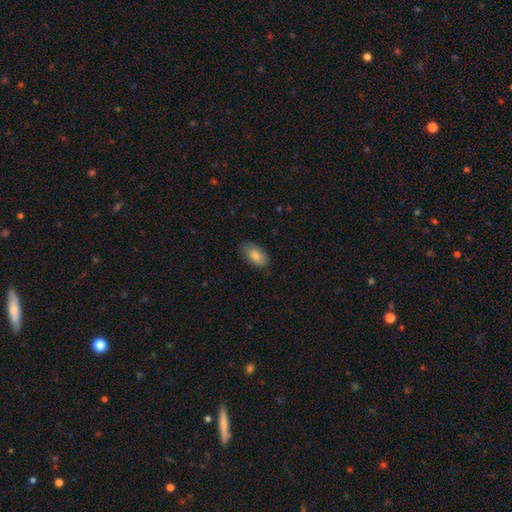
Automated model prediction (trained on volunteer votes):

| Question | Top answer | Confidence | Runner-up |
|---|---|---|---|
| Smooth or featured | smooth | 80% | featured or disk (14%) |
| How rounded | in between | 94% | round (4%) |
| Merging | none | 79% | minor disturbance (17%) |